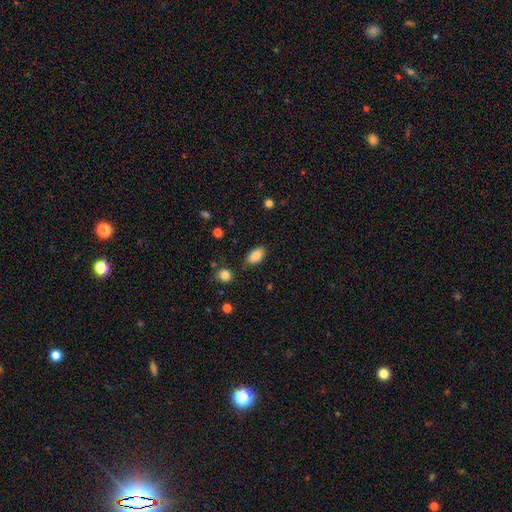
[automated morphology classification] Smooth or featured? smooth (87%)
How rounded? in between (92%)
Merging? none (79%)